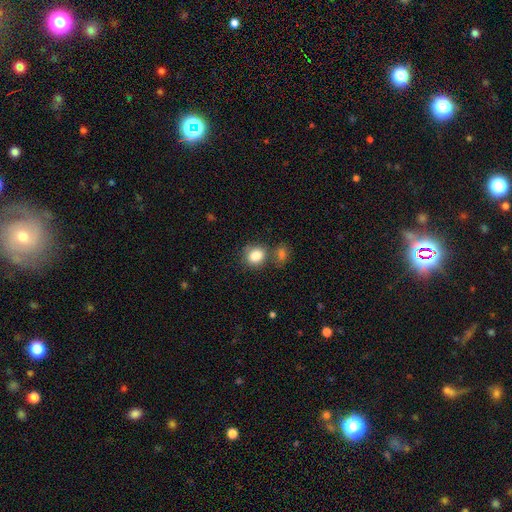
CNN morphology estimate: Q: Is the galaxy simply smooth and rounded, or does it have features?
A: smooth — 84%.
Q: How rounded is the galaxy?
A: round — 67%.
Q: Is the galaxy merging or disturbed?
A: none — 65%.